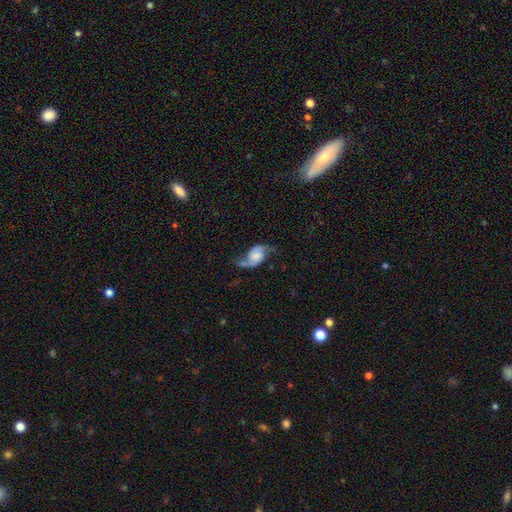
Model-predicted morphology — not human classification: Smooth or featured? Predicted: featured or disk (p=0.83). Edge-on disk? Predicted: no (p=0.97). Bar? Predicted: no (p=0.57). Spiral arms? Predicted: yes (p=0.96). Spiral winding? Predicted: loose (p=0.67). Spiral arm count? Predicted: 2 (p=0.93). Bulge size? Predicted: none (p=0.27). Merging? Predicted: none (p=0.66).